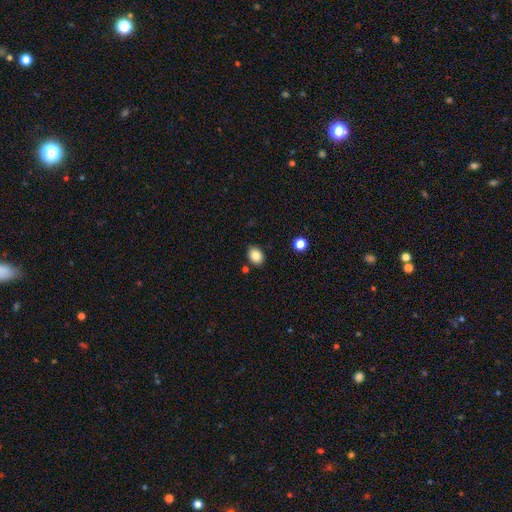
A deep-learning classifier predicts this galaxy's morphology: This appears to be a smooth galaxy with no disk features (85%) that is in between round and cigar-shaped (66%). Merging: none (84%).